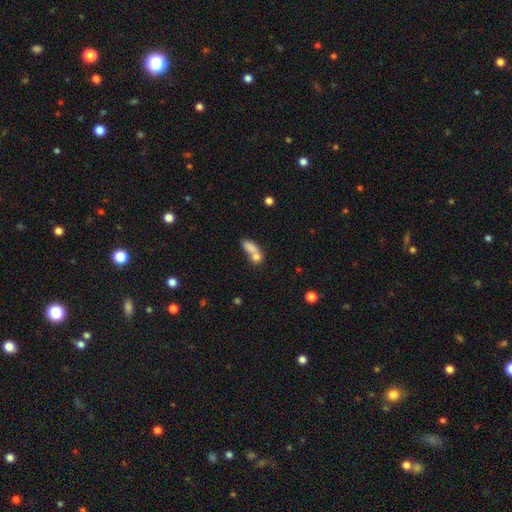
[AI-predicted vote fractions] Smooth or featured? smooth (76%)
How rounded? in between (62%)
Merging? merger (59%)